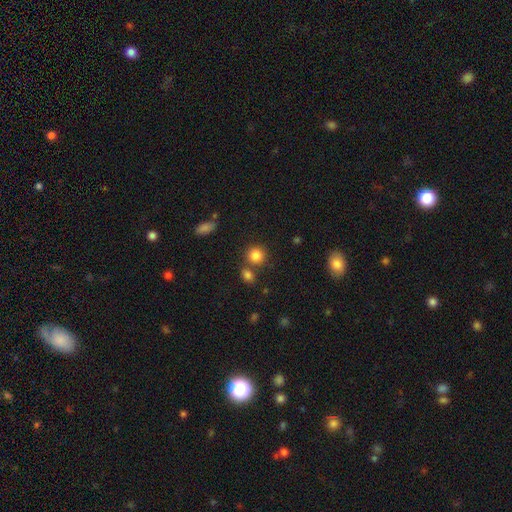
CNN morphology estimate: smooth_or_featured: smooth (p=0.83) [alt: star or artifact p=0.11]
how_rounded: round (p=0.87) [alt: in between p=0.12]
merging: none (p=0.69) [alt: merger p=0.18]